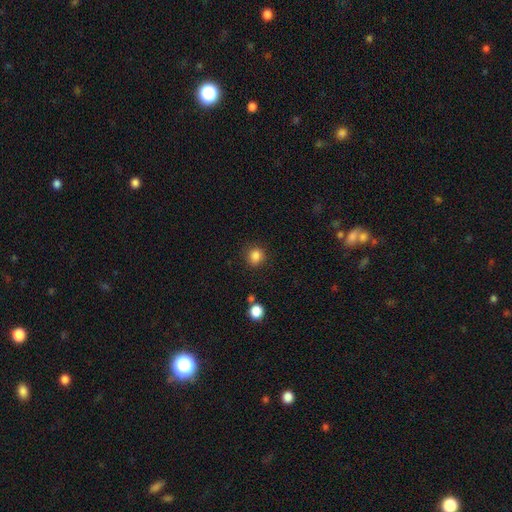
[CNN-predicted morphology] The model was most divided on "how rounded": round: 85%, in between: 14%, cigar-shaped: 1%. More confident: merging — none (86%); smooth or featured — smooth (84%).